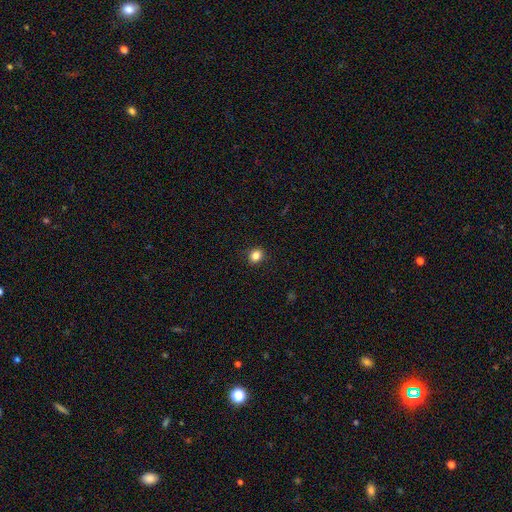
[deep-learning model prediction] Q: Smooth or featured?
A: smooth (84%); runner-up: star or artifact (11%)
Q: How rounded?
A: round (62%); runner-up: in between (37%)
Q: Merging?
A: none (89%); runner-up: minor disturbance (8%)